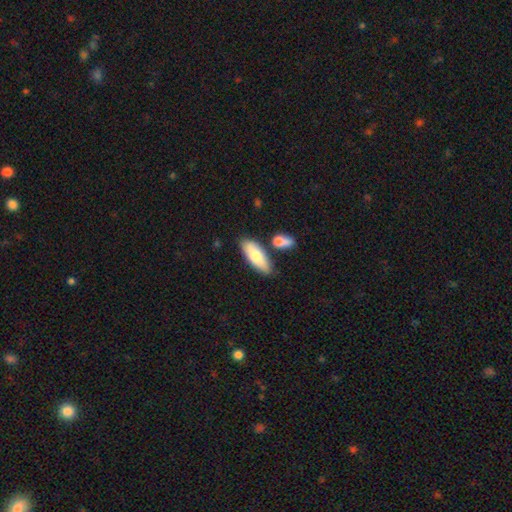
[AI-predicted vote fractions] This appears to be a smooth galaxy with no disk features (73%) that is in between round and cigar-shaped (73%). Merging: none (72%).